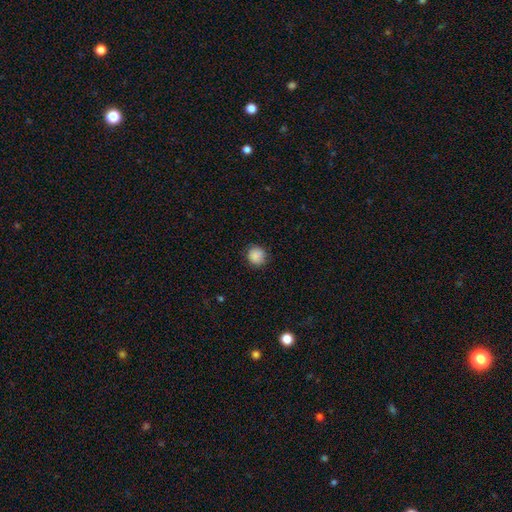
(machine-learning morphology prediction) Smooth or featured?
  - smooth: 88% *
  - star or artifact: 8%
  - featured or disk: 4%
How rounded?
  - round: 90% *
  - in between: 9%
  - cigar-shaped: 1%
Merging?
  - none: 85% *
  - minor disturbance: 11%
  - major disturbance: 3%
  - merger: 1%